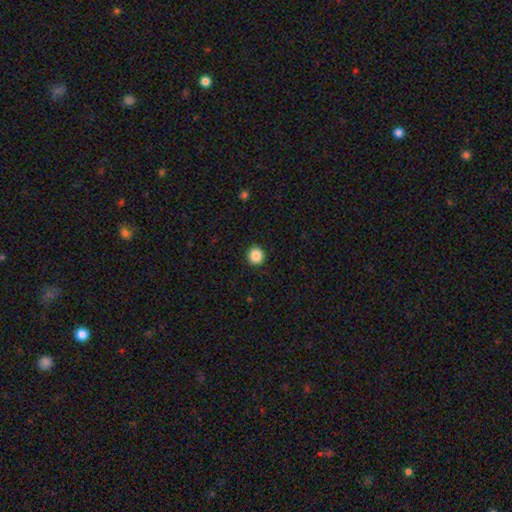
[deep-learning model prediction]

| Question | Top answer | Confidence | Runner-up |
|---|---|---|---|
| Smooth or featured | smooth | 87% | star or artifact (9%) |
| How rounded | round | 94% | in between (5%) |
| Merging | none | 93% | minor disturbance (5%) |